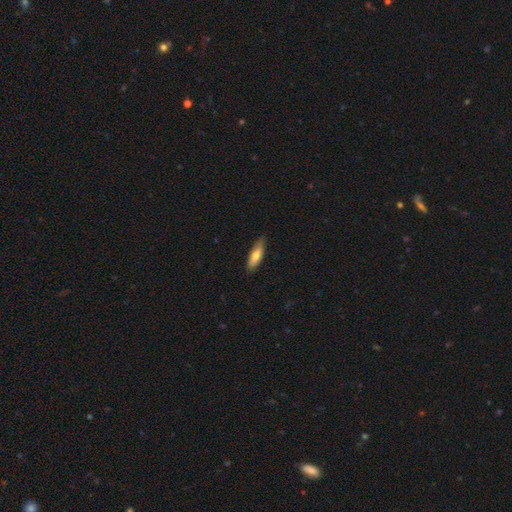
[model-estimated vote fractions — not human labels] Smooth or featured? smooth (68%)
How rounded? cigar-shaped (58%)
Merging? none (83%)